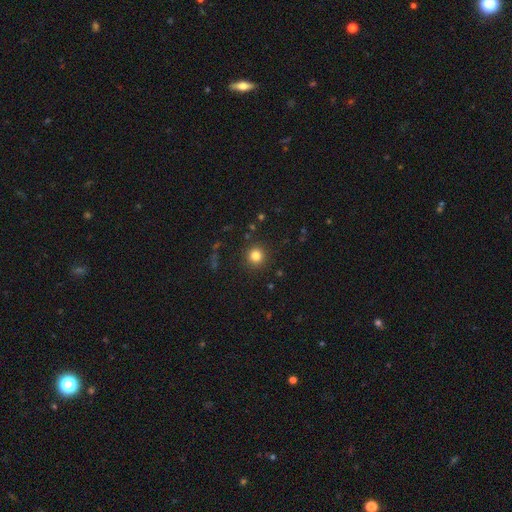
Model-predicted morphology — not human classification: Overall: smooth (82%). How rounded: round (94%). Merging: none (90%).